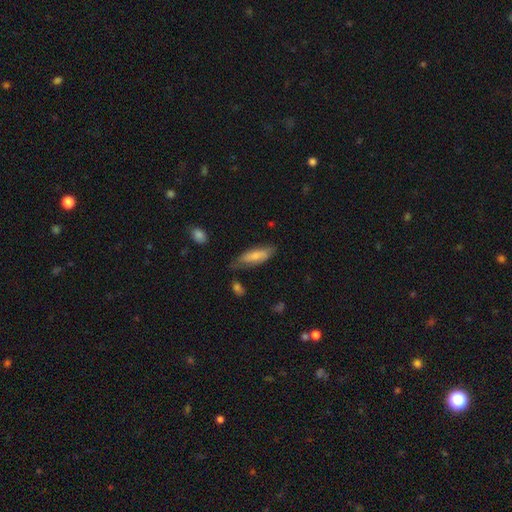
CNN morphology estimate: Smooth or featured? Predicted: smooth (p=0.72). How rounded? Predicted: in between (p=0.55). Merging? Predicted: none (p=0.61).